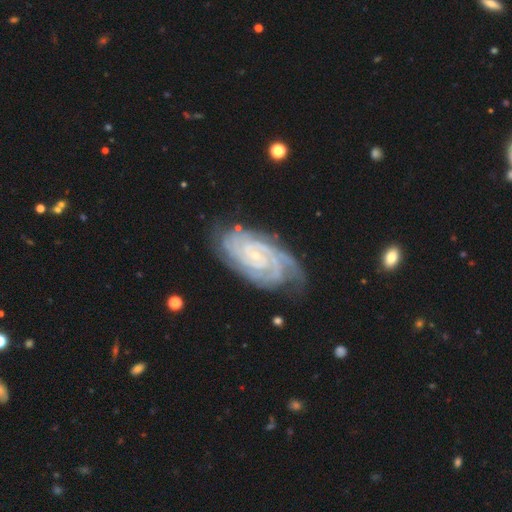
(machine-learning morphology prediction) The model was most divided on "spiral arm count" (2-way tie): 3: 23%, 4: 23%, 2: 20%, can't tell: 18%, more than 4: 10%, 1: 7%. More confident: spiral arms — yes (98%); edge-on disk — no (97%); smooth or featured — featured or disk (91%); bulge size — small (83%); spiral winding — tight (81%); merging — none (71%); bar — no (68%).